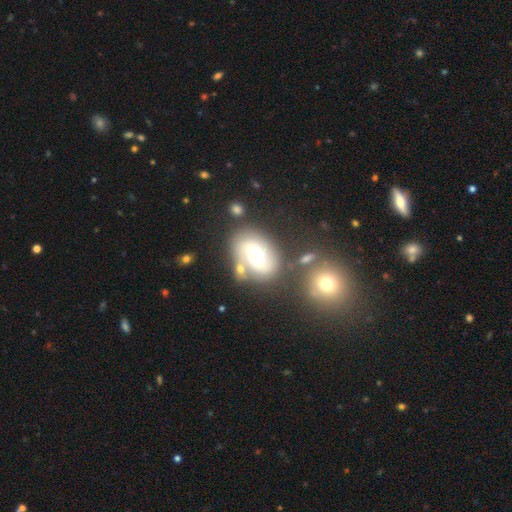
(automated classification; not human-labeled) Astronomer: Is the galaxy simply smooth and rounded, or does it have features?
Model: featured or disk — 65%.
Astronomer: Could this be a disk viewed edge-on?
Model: no — 96%.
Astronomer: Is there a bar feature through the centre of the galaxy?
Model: weak — 46% (runner-up: no, 34%).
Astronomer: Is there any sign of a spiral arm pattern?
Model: yes — 81%.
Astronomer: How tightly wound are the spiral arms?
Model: medium — 44% (runner-up: loose, 35%).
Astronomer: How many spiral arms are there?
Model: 2 — 84%.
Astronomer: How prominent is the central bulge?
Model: moderate — 70%.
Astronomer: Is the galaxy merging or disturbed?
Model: none — 65%.